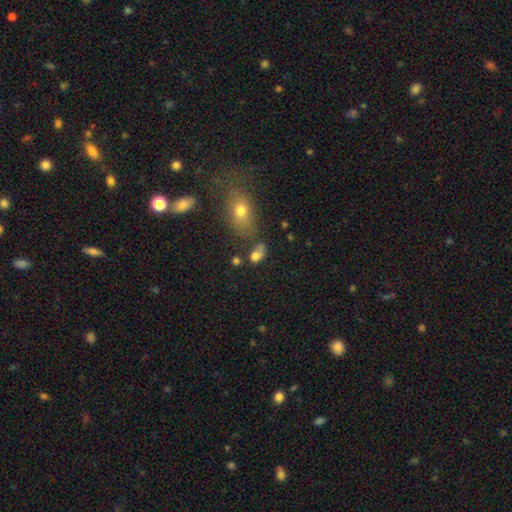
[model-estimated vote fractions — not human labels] The model was most divided on "merging": none: 37%, merger: 26%, minor disturbance: 21%, major disturbance: 16%. More confident: smooth or featured — smooth (74%); how rounded — in between (73%).